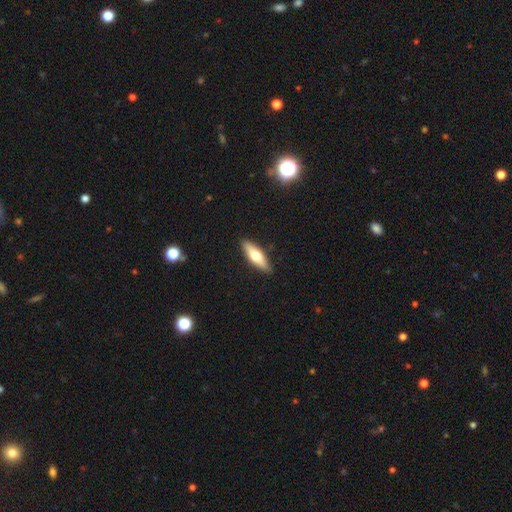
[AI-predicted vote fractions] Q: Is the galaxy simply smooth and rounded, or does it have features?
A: smooth — 60%.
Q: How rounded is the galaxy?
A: cigar-shaped — 52%.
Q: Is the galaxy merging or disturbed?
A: none — 89%.